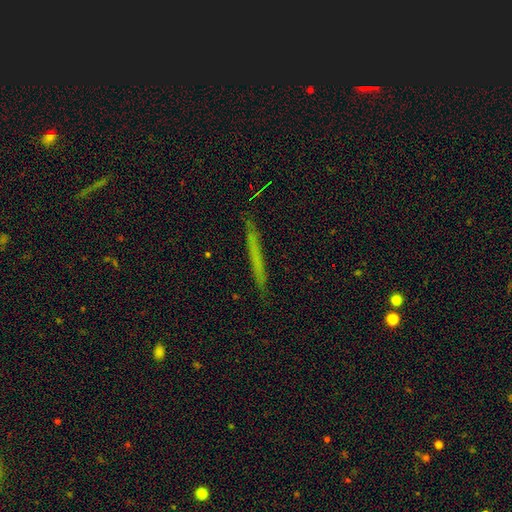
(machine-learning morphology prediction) This appears to be a smooth galaxy with no disk features (53%) that is cigar-shaped (96%). Merging: none (89%).